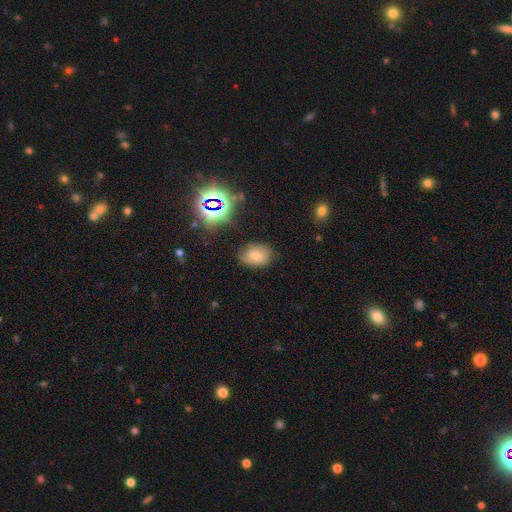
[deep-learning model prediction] This appears to be a smooth galaxy with no disk features (61%) that is in between round and cigar-shaped (73%). Merging: none (80%).